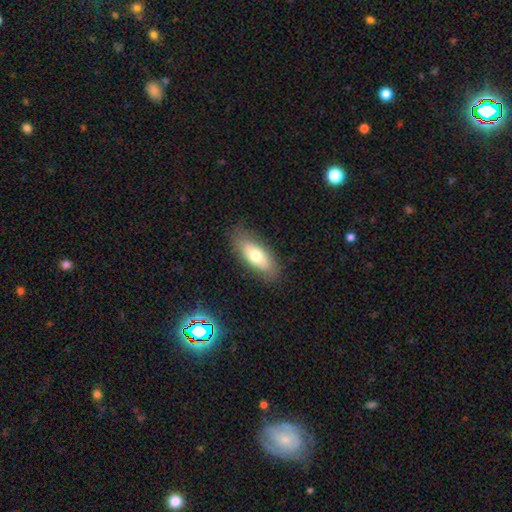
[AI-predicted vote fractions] This appears to be a smooth galaxy with no disk features (67%) that is in between round and cigar-shaped (78%). Merging: none (82%).